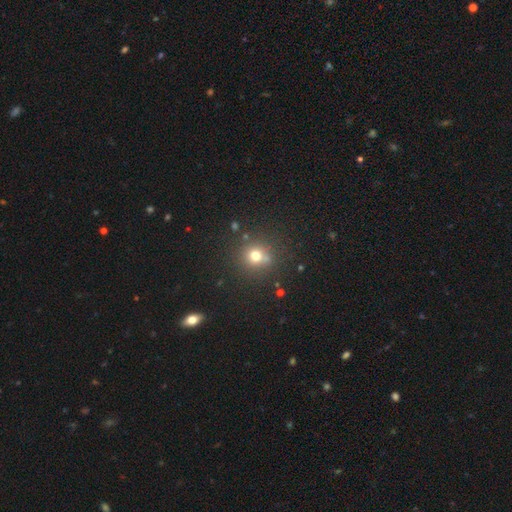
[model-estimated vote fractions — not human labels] smooth_or_featured: smooth (p=0.71) [alt: star or artifact p=0.20]
how_rounded: round (p=0.89) [alt: in between p=0.10]
merging: none (p=0.79) [alt: minor disturbance p=0.11]